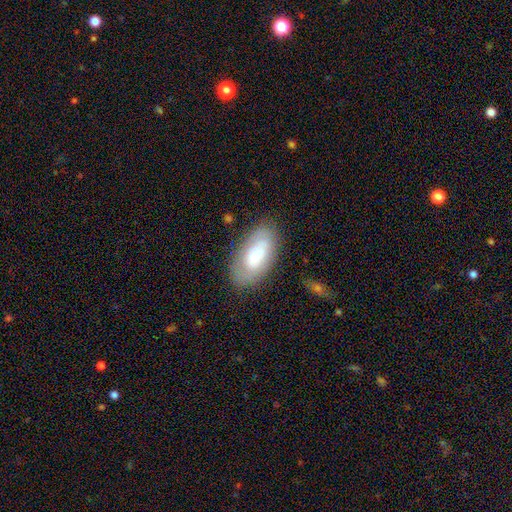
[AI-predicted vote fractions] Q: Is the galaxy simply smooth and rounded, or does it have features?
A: smooth — 62%.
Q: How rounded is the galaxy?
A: in between — 93%.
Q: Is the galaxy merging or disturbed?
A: none — 76%.